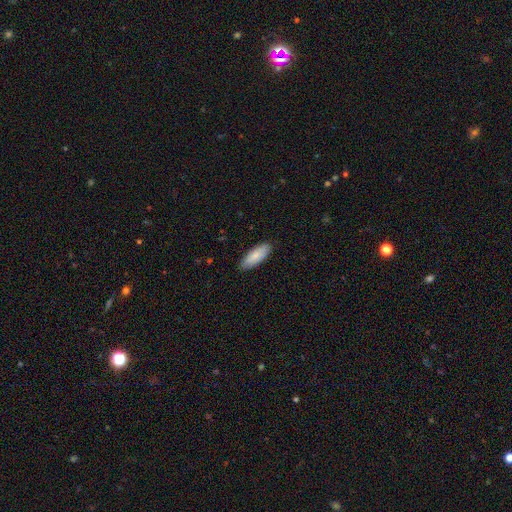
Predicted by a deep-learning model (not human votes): This appears to be a smooth galaxy with no disk features (82%) that is in between round and cigar-shaped (66%). Merging: none (87%).